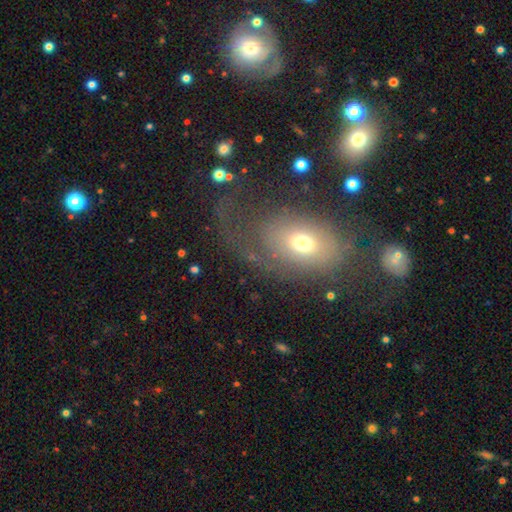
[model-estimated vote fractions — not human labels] A featured or disk galaxy (44%).

Vote fractions:
- Smooth or featured? featured or disk: 44% / smooth: 39% / star or artifact: 17%
- Merging? none: 49% / major disturbance: 24% / minor disturbance: 19% / merger: 8%